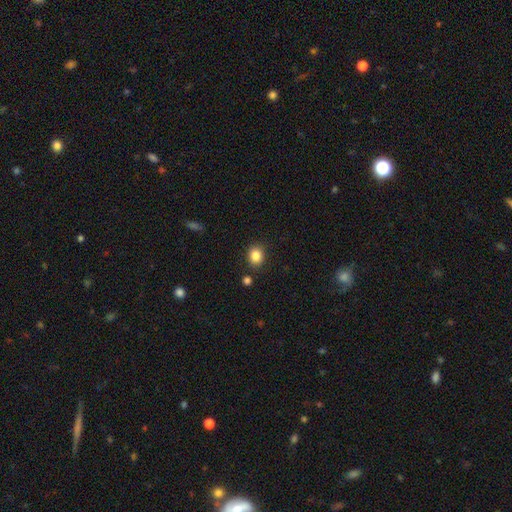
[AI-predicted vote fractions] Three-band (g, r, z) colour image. It shows a smooth galaxy with no disk features (85%) that is round (65%). Merging: none (86%).